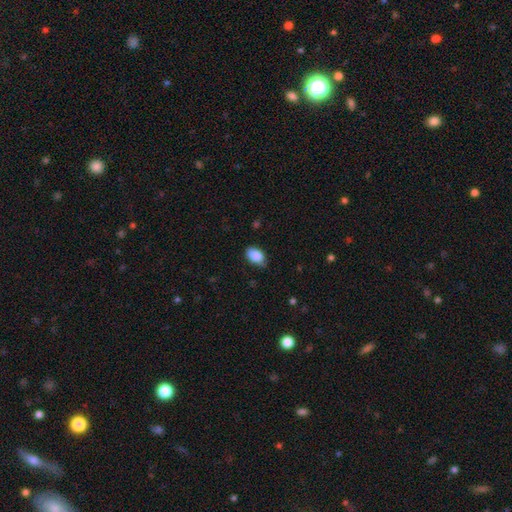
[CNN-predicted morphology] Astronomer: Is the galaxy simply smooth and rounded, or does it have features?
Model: smooth — 84%.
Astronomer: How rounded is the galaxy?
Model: in between — 87%.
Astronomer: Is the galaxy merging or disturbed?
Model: none — 74%.